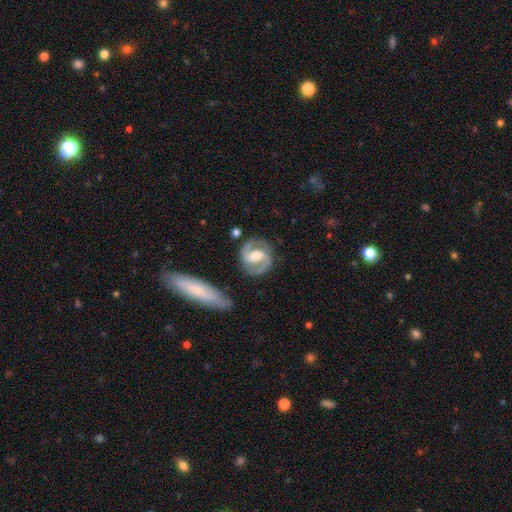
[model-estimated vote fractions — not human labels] Overall: featured or disk (86%). Edge-on disk: no (97%). Bar: weak (42%; strong 37%). Spiral arms: yes (95%). Spiral arm count: 2 (93%). Spiral winding: medium (56%; tight 29%). Bulge size: moderate (69%). Merging: none (82%).